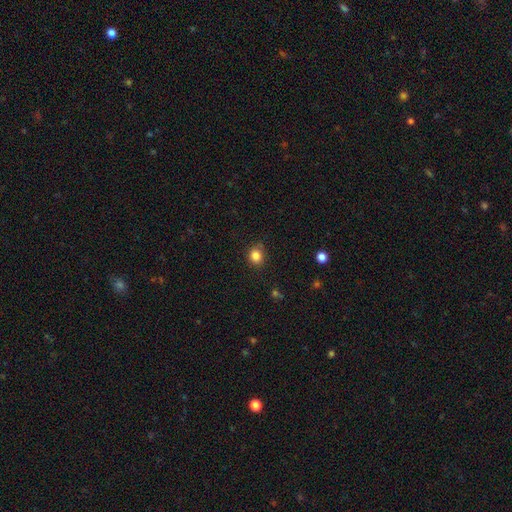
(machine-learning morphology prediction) Q: Smooth or featured?
A: smooth (83%); runner-up: star or artifact (12%)
Q: How rounded?
A: round (80%); runner-up: in between (19%)
Q: Merging?
A: none (83%); runner-up: minor disturbance (12%)